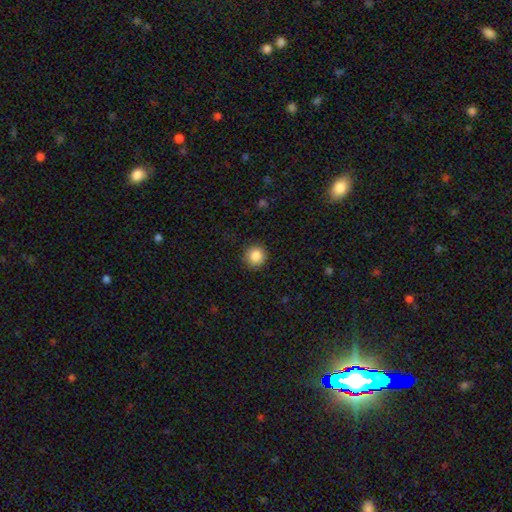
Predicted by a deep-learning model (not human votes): Smooth or featured?
  - smooth: 87% *
  - star or artifact: 9%
  - featured or disk: 4%
How rounded?
  - round: 92% *
  - in between: 7%
  - cigar-shaped: 1%
Merging?
  - none: 89% *
  - minor disturbance: 7%
  - major disturbance: 2%
  - merger: 1%